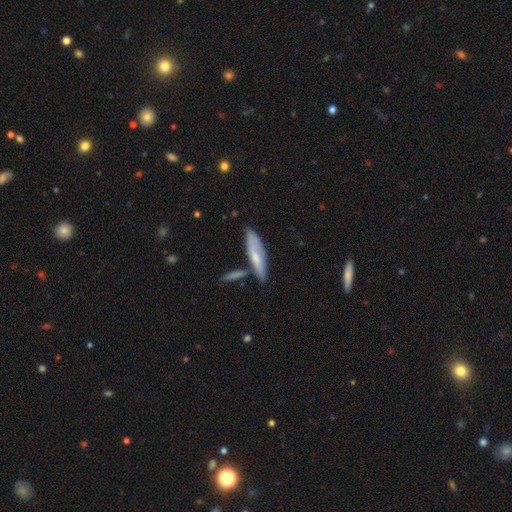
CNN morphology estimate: Smooth or featured? smooth (53%)
How rounded? cigar-shaped (69%)
Merging? none (66%)